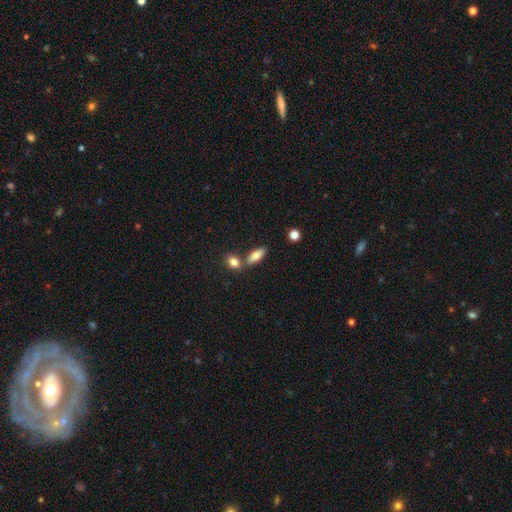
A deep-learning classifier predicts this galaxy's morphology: Overall: smooth (82%). How rounded: in between (79%). Merging: none (61%; merger 25%).